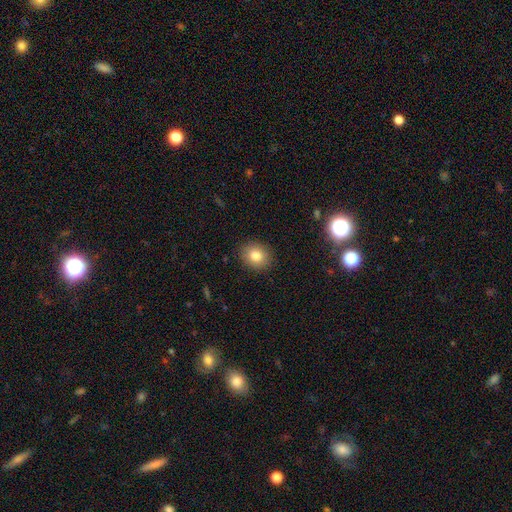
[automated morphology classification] Smooth or featured? smooth (83%)
How rounded? round (60%)
Merging? none (89%)